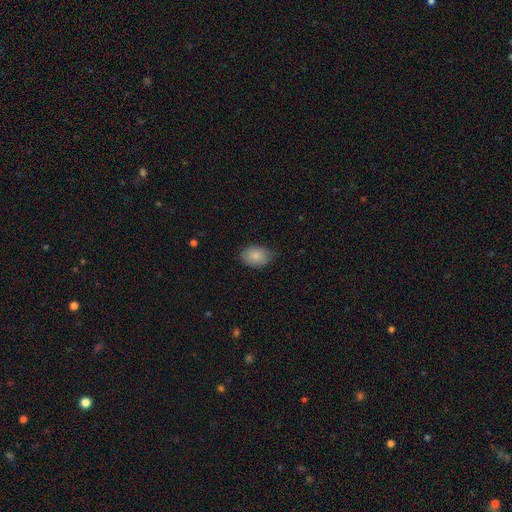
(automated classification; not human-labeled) smooth 85%, featured or disk 8%, star or artifact 7%. Down the decision tree: how rounded — in between (81%); merging — none (79%).